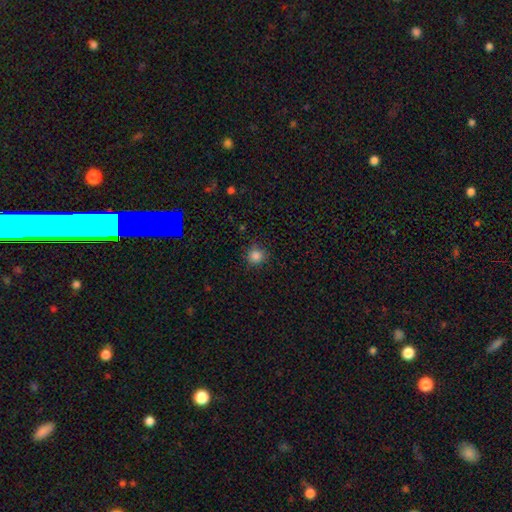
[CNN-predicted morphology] smooth 83%, star or artifact 13%, featured or disk 4%. Down the decision tree: how rounded — round (91%); merging — none (85%).